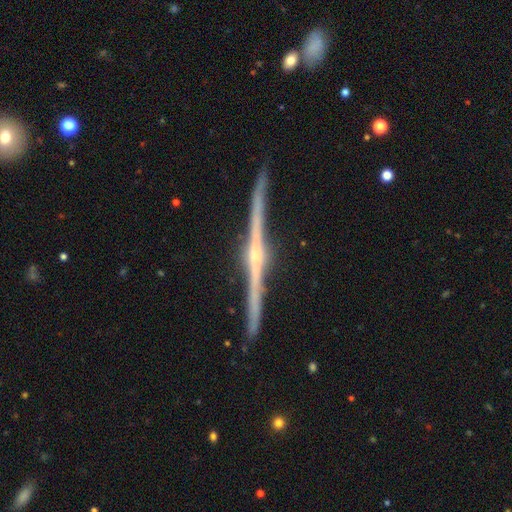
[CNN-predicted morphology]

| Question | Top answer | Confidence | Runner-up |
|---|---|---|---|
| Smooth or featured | featured or disk | 91% | smooth (5%) |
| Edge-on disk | yes | 99% | no (1%) |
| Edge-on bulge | rounded | 82% | none (9%) |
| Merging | none | 91% | minor disturbance (6%) |